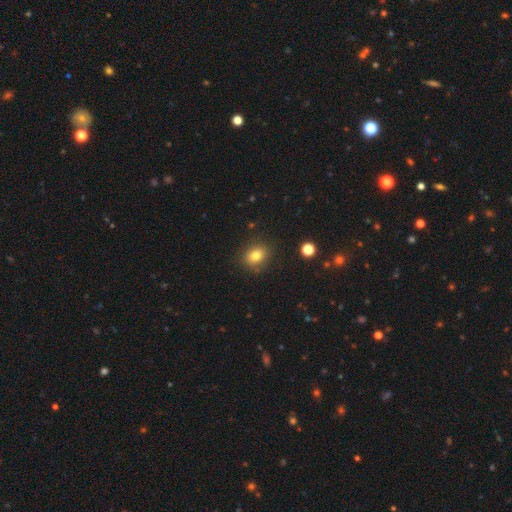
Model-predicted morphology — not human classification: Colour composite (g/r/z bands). It shows a smooth galaxy with no disk features (80%) that is round (52%). Merging: none (86%).